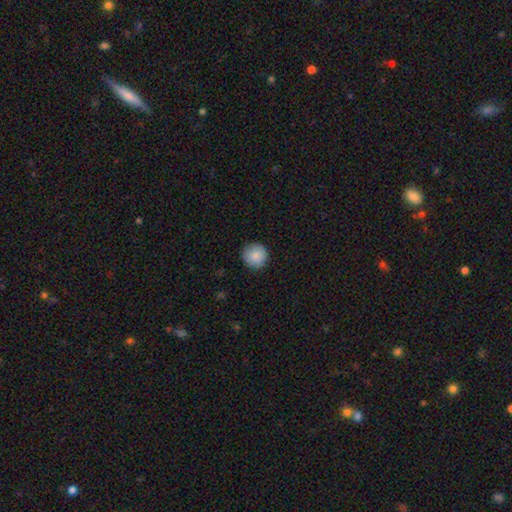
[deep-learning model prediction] This is clearly a smooth galaxy (88%). How rounded: clearly round (95%). Merging: clearly none (91%).